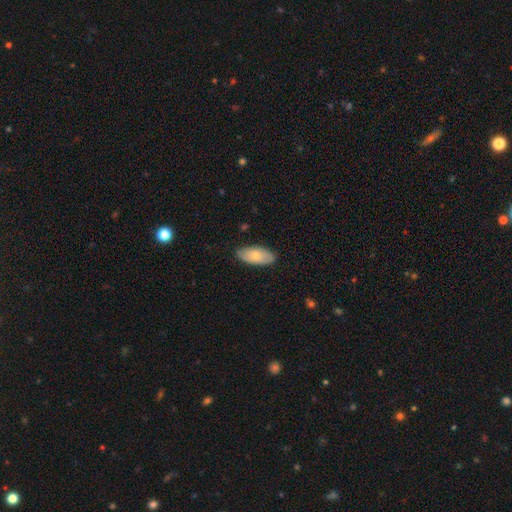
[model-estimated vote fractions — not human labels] This appears to be a smooth galaxy with no disk features (75%) that is in between round and cigar-shaped (92%). Merging: none (84%).